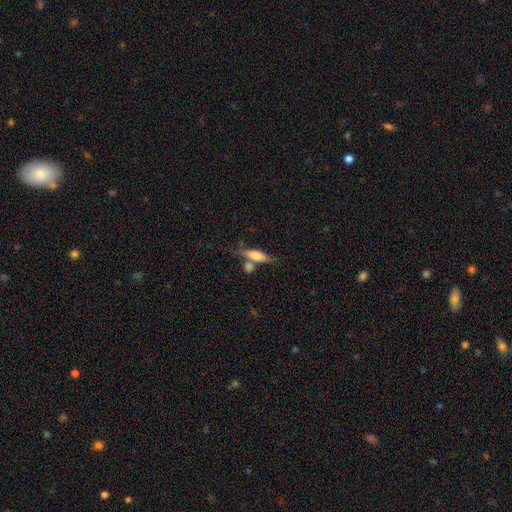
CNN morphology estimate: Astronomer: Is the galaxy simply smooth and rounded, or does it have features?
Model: smooth — 56% (runner-up: featured or disk, 37%).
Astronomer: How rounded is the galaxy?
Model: cigar-shaped — 57% (runner-up: in between, 39%).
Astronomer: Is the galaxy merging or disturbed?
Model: none — 58%.